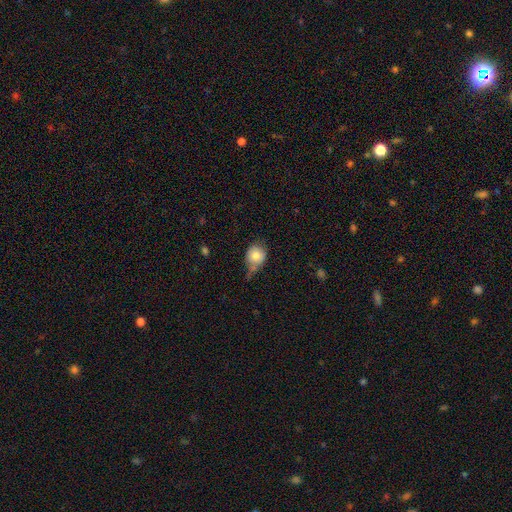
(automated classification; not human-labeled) Smooth or featured?
  - smooth: 78% *
  - featured or disk: 13%
  - star or artifact: 9%
How rounded?
  - round: 76% *
  - in between: 23%
  - cigar-shaped: 1%
Merging?
  - none: 42% *
  - minor disturbance: 34%
  - major disturbance: 13%
  - merger: 11%